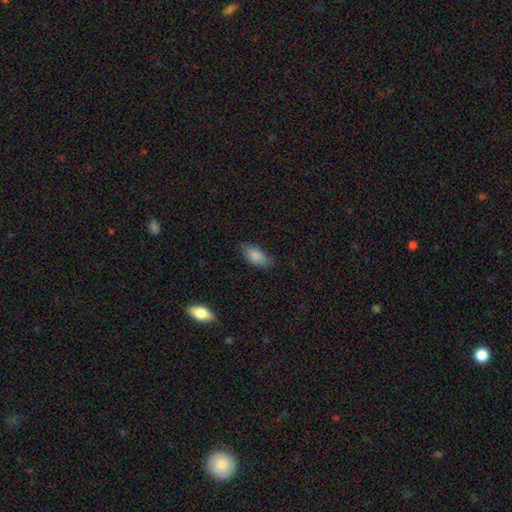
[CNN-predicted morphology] Q: Smooth or featured?
A: smooth (84%); runner-up: featured or disk (8%)
Q: How rounded?
A: in between (91%); runner-up: cigar-shaped (6%)
Q: Merging?
A: none (72%); runner-up: minor disturbance (22%)